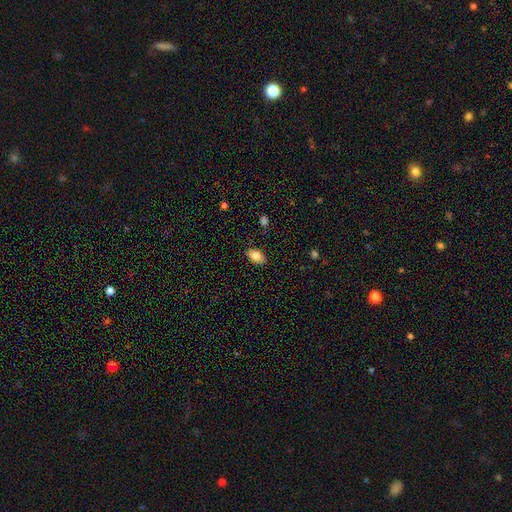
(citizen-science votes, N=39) Overall: smooth (77%). How rounded: in between (83%). Merging: none (89%).